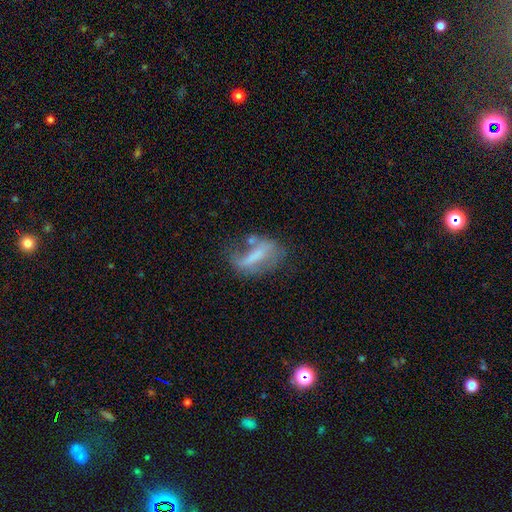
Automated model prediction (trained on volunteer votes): This is possibly a featured or disk galaxy (53%). It is clearly not viewed edge-on (90%). Merging: marginally none (34%).